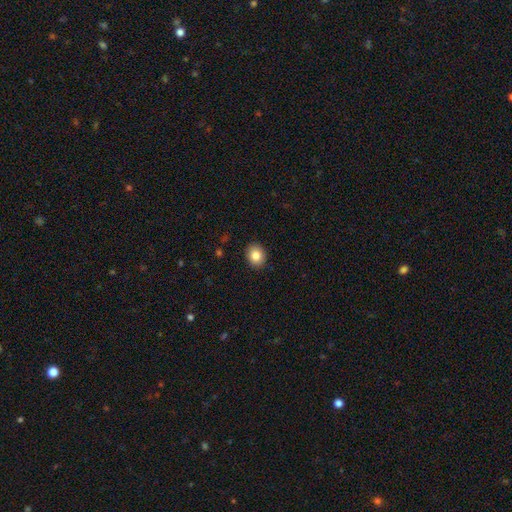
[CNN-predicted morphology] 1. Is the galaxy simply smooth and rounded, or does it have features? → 84% smooth, 9% star or artifact, 7% featured or disk.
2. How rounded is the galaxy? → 61% round, 38% in between, 1% cigar-shaped.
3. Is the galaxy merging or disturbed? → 90% none, 7% minor disturbance, 2% major disturbance, 1% merger.